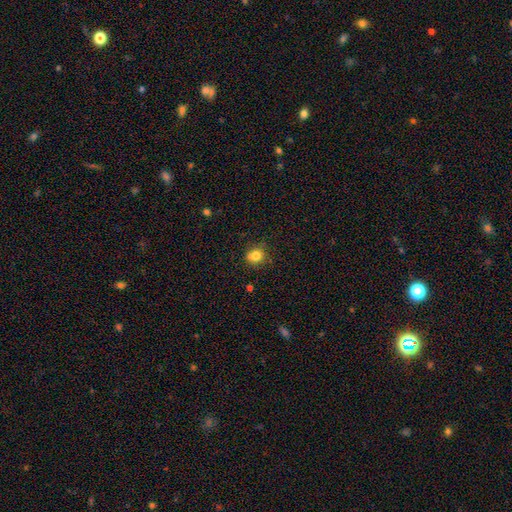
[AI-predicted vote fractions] Smooth or featured?
  - smooth: 80% *
  - star or artifact: 12%
  - featured or disk: 8%
How rounded?
  - round: 76% *
  - in between: 23%
  - cigar-shaped: 1%
Merging?
  - none: 73% *
  - minor disturbance: 18%
  - merger: 5%
  - major disturbance: 4%